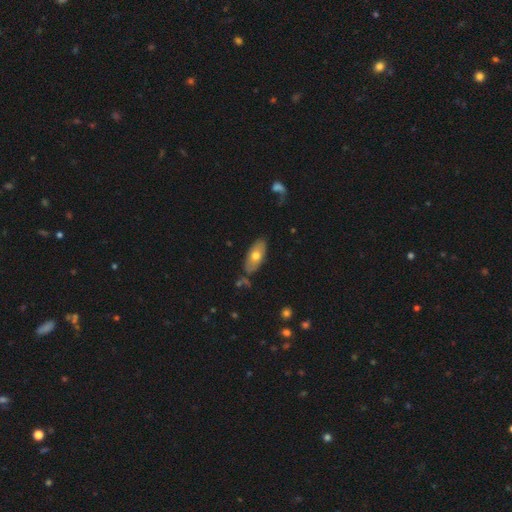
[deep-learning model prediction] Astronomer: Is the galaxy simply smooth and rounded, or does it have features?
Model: smooth — 62%.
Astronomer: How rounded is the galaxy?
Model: in between — 87%.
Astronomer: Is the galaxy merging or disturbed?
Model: none — 77%.